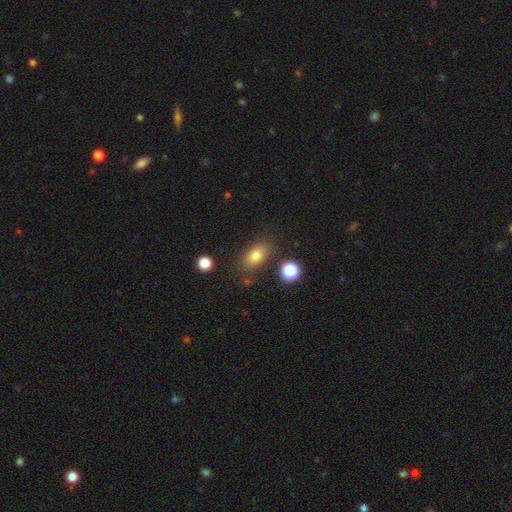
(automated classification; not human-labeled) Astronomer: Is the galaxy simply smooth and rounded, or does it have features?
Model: smooth — 78%.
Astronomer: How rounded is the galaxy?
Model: in between — 82%.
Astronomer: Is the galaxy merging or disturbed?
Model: none — 79%.